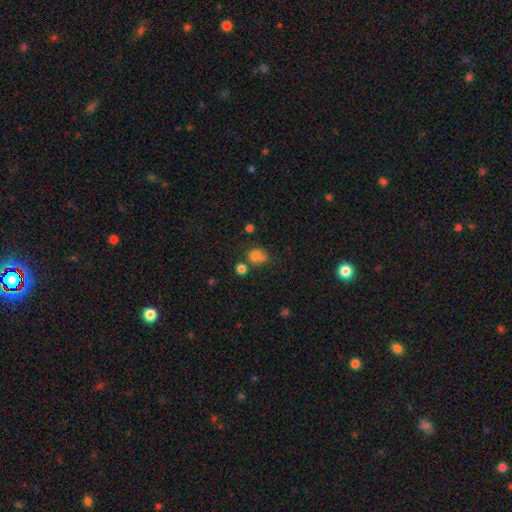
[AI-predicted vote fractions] The model was most divided on "merging": none: 48%, merger: 26%, minor disturbance: 18%, major disturbance: 8%. More confident: smooth or featured — smooth (76%); how rounded — round (63%).